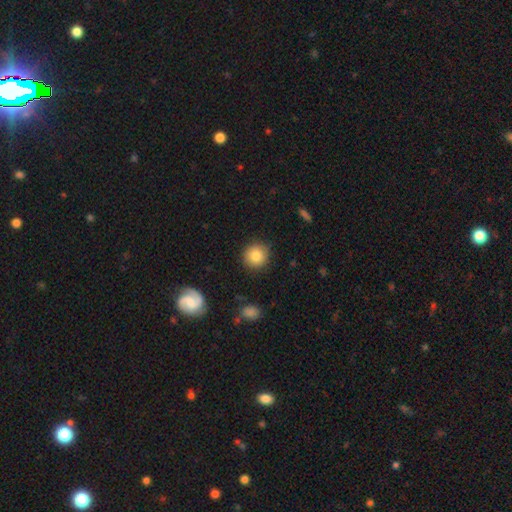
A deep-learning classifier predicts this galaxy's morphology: Q: Smooth or featured?
A: smooth (82%); runner-up: featured or disk (9%)
Q: How rounded?
A: round (91%); runner-up: in between (8%)
Q: Merging?
A: none (88%); runner-up: minor disturbance (8%)